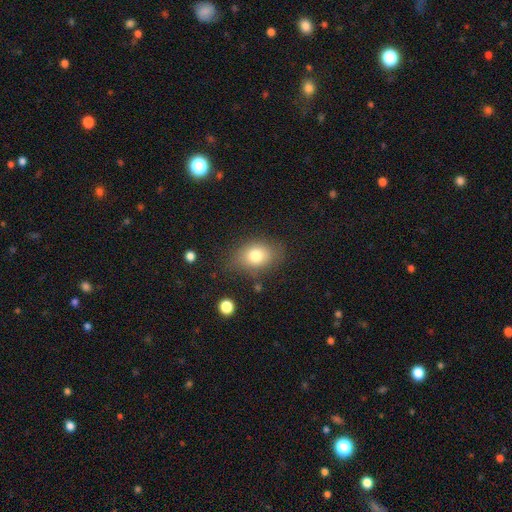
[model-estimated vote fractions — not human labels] smooth-or-featured: smooth: 77% | featured or disk: 13% | star or artifact: 10%
  how-rounded: in between: 67% | round: 31% | cigar-shaped: 1%
  merging: none: 73% | minor disturbance: 18% | major disturbance: 6% | merger: 2%